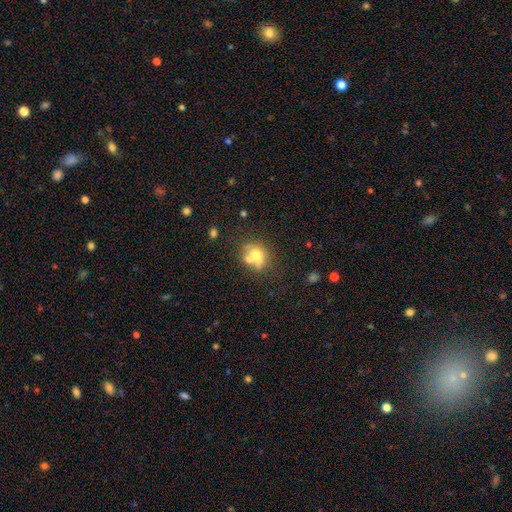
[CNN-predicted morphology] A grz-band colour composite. It shows a smooth galaxy with no disk features (65%) that is round (67%). Merging: none (43%).